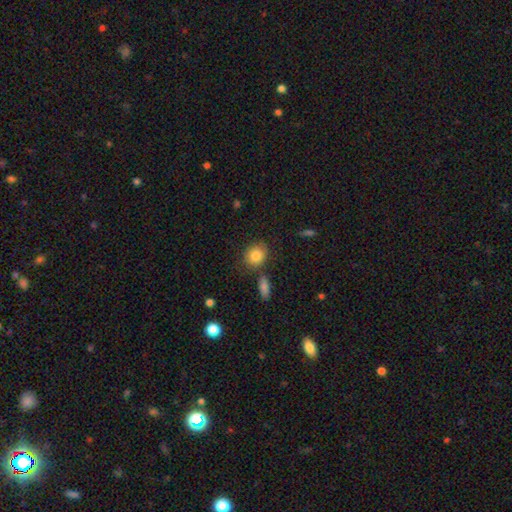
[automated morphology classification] Smooth or featured?
  - smooth: 84% *
  - star or artifact: 8%
  - featured or disk: 8%
How rounded?
  - round: 67% *
  - in between: 32%
  - cigar-shaped: 1%
Merging?
  - none: 76% *
  - minor disturbance: 12%
  - merger: 8%
  - major disturbance: 4%